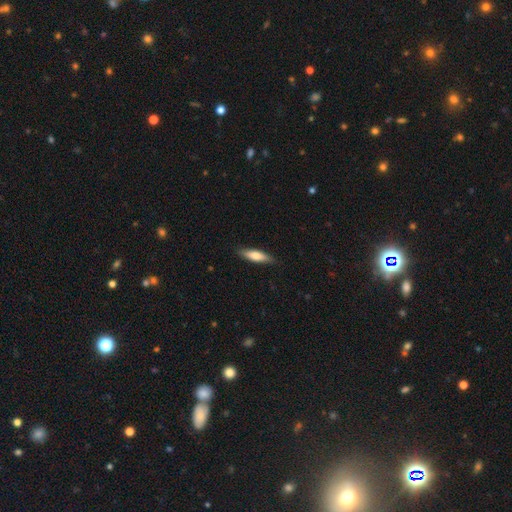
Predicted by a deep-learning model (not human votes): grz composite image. It shows a smooth galaxy with no disk features (70%) that is cigar-shaped (66%). Merging: none (86%).